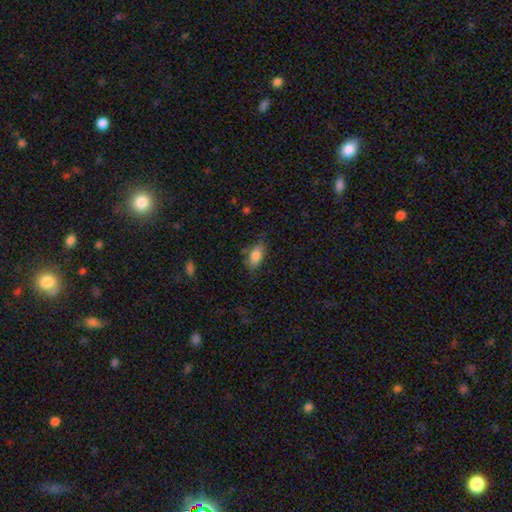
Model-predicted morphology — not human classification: Smooth or featured? smooth (78%)
How rounded? in between (86%)
Merging? none (70%)